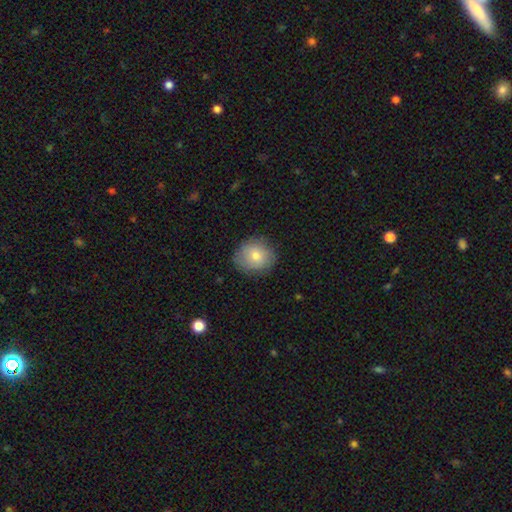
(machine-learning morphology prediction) type=smooth (73%); roundness=round (79%); merging=none (82%).